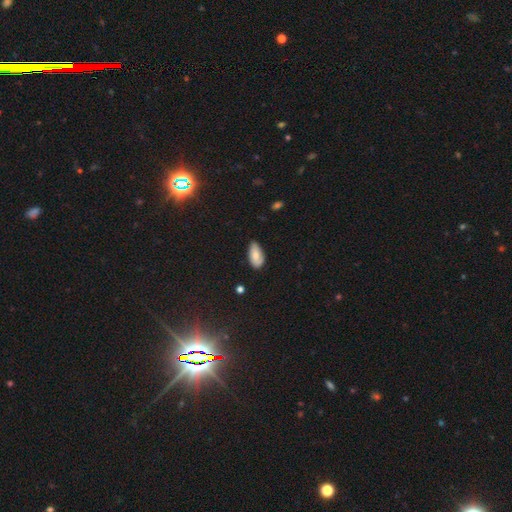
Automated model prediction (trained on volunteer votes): smooth 72%, featured or disk 20%, star or artifact 7%. Down the decision tree: how rounded — in between (93%); merging — none (65%).